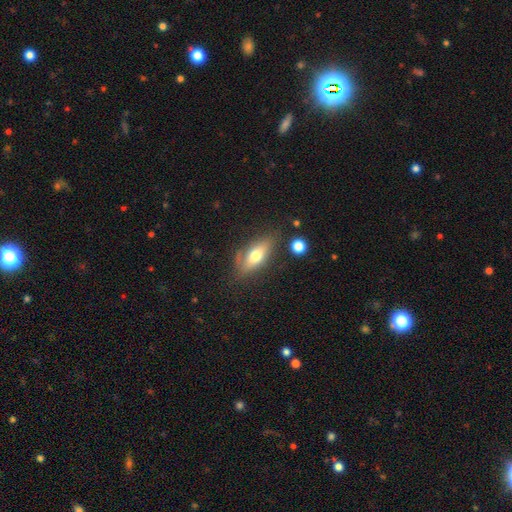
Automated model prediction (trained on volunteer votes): Morphology: type=smooth (59%); roundness=in between (70%); merging=none (69%).